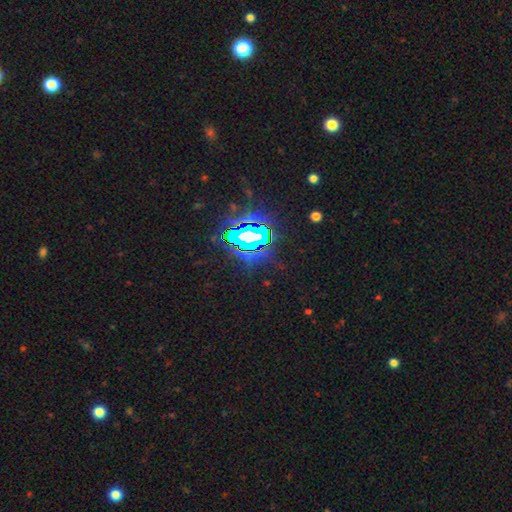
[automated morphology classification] This is clearly a star or artifact rather than a galaxy (84%).